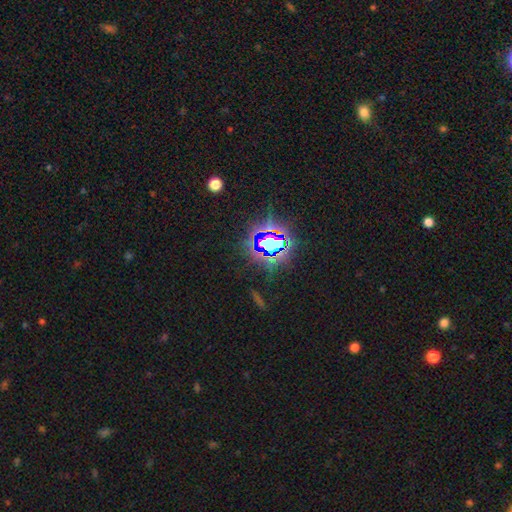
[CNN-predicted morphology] Smooth or featured?
  - star or artifact: 82% *
  - smooth: 11%
  - featured or disk: 7%